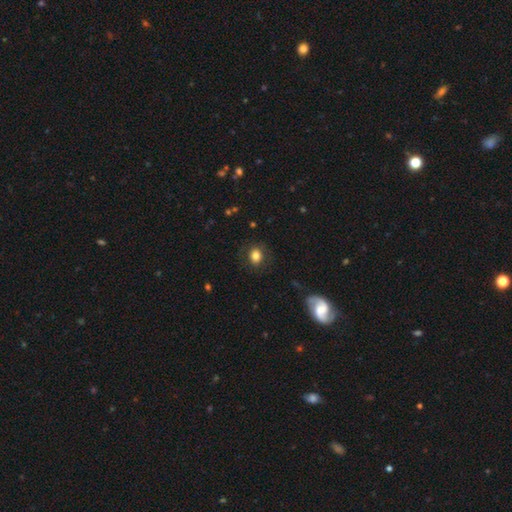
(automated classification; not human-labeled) smooth_or_featured: smooth (p=0.79) [alt: featured or disk p=0.11]
how_rounded: round (p=0.59) [alt: in between p=0.40]
merging: none (p=0.80) [alt: minor disturbance p=0.12]